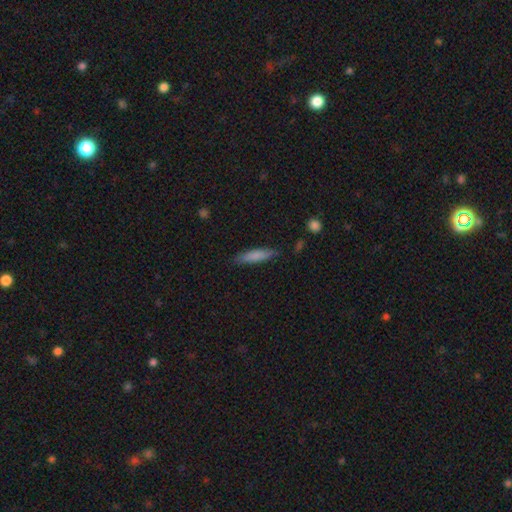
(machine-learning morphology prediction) Smooth or featured? smooth (80%)
How rounded? cigar-shaped (76%)
Merging? none (83%)